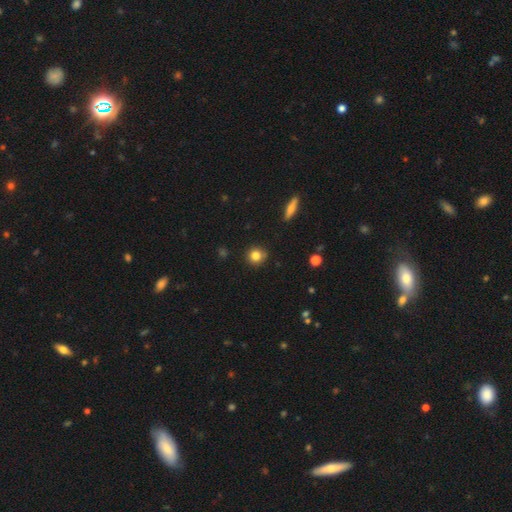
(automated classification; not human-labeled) This is clearly a smooth galaxy (82%). How rounded: clearly round (89%). Merging: clearly none (87%).